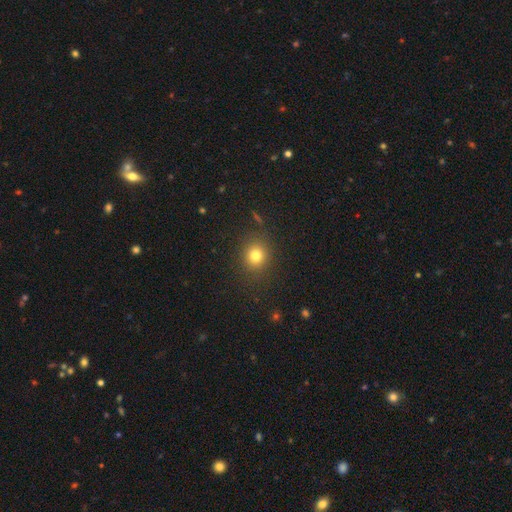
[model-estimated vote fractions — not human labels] Smooth or featured?
  - smooth: 79% *
  - star or artifact: 14%
  - featured or disk: 7%
How rounded?
  - round: 83% *
  - in between: 16%
  - cigar-shaped: 1%
Merging?
  - none: 87% *
  - minor disturbance: 8%
  - major disturbance: 3%
  - merger: 2%